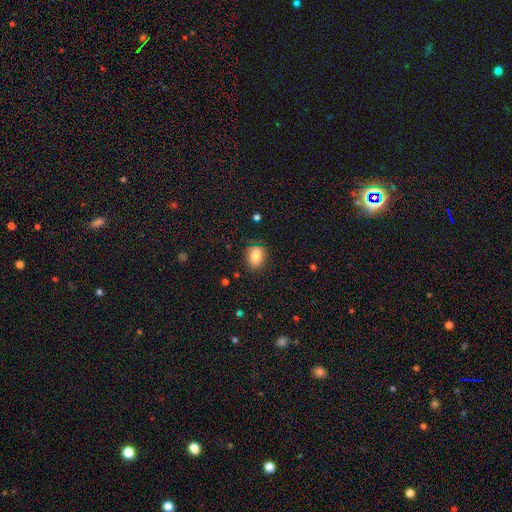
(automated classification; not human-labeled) Smooth or featured? Predicted: smooth (p=0.83). How rounded? Predicted: in between (p=0.70). Merging? Predicted: none (p=0.81).